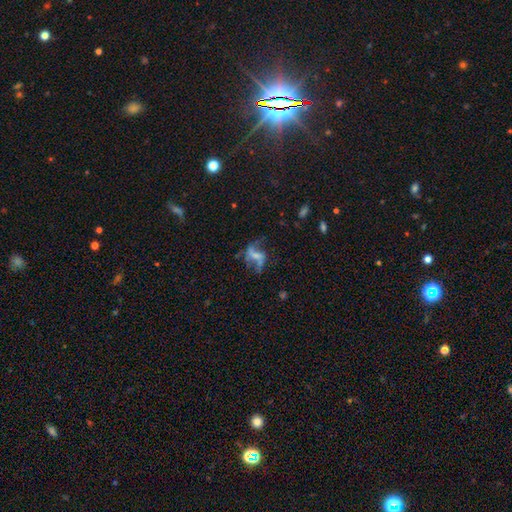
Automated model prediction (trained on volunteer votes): Overall: featured or disk (56%; smooth 28%). Edge-on disk: no (95%). Bar: no (47%; weak 32%). Spiral arms: yes (54%; no 46%). Bulge size: none (43%; small 30%). Merging: major disturbance (37%; none 35%).